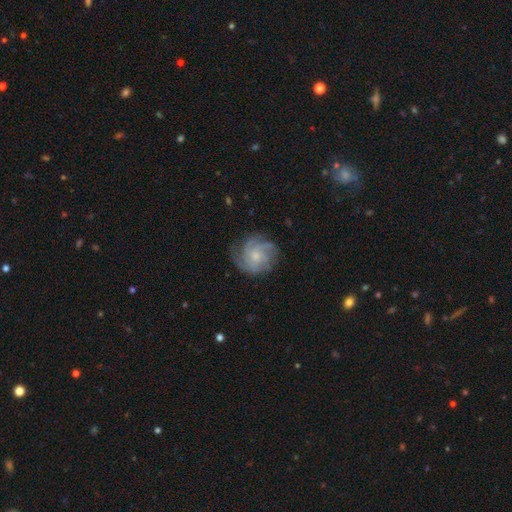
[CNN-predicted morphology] Smooth or featured?
  - featured or disk: 77% *
  - smooth: 16%
  - star or artifact: 7%
Edge-on disk?
  - no: 98% *
  - yes: 2%
Bar?
  - no: 73% *
  - weak: 24%
  - strong: 3%
Spiral arms?
  - yes: 95% *
  - no: 5%
Spiral winding?
  - tight: 55% *
  - medium: 35%
  - loose: 9%
Spiral arm count?
  - 4: 29% *
  - can't tell: 26%
  - 3: 22%
  - more than 4: 9%
  - 2: 9%
  - 1: 6%
Bulge size?
  - small: 60% *
  - moderate: 30%
  - none: 7%
  - large: 2%
  - dominant: 1%
Merging?
  - none: 75% *
  - minor disturbance: 17%
  - major disturbance: 7%
  - merger: 1%